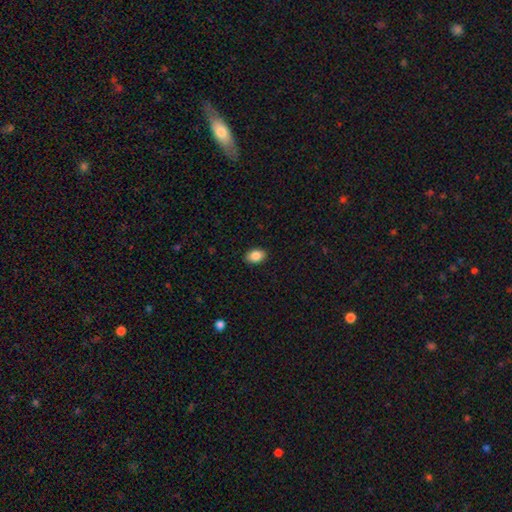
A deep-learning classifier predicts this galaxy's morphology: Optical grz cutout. It shows a smooth galaxy with no disk features (87%) that is in between round and cigar-shaped (86%). Merging: none (90%).